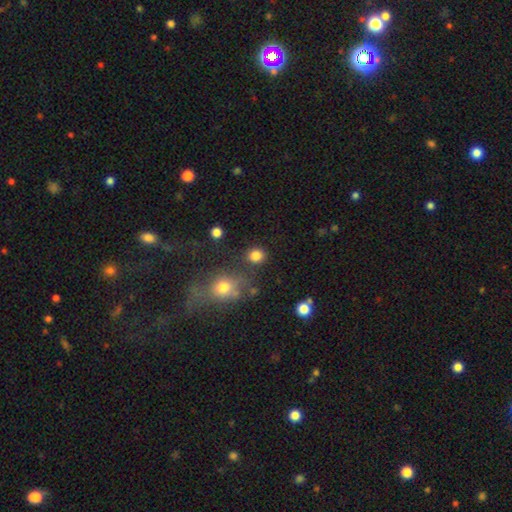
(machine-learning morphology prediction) type=smooth (83%); roundness=round (85%); merging=none (82%).